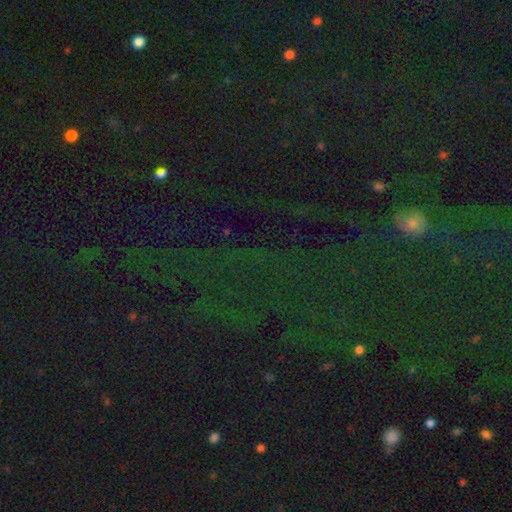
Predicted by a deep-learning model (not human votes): smooth-or-featured: star or artifact: 79% | smooth: 13% | featured or disk: 8%